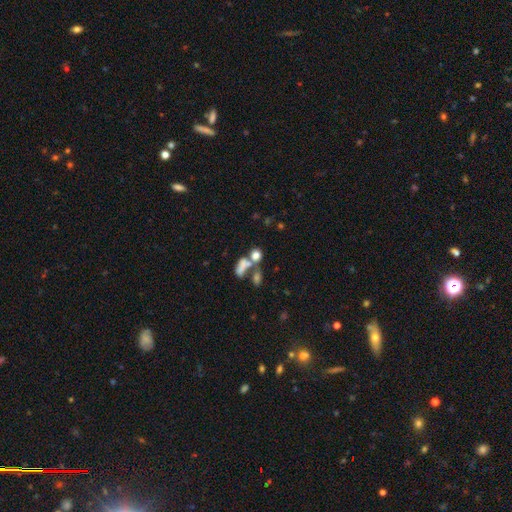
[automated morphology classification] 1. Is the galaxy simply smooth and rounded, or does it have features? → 68% smooth, 17% featured or disk, 15% star or artifact.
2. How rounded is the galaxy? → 49% round, 46% in between, 5% cigar-shaped.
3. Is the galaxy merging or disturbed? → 49% merger, 30% none, 12% major disturbance, 9% minor disturbance.